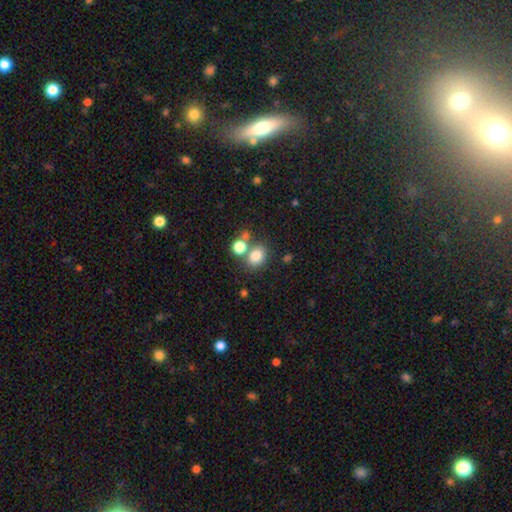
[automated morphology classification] A smooth galaxy with no disk features (80%) that is in between round and cigar-shaped (50%). Merging: none (62%).